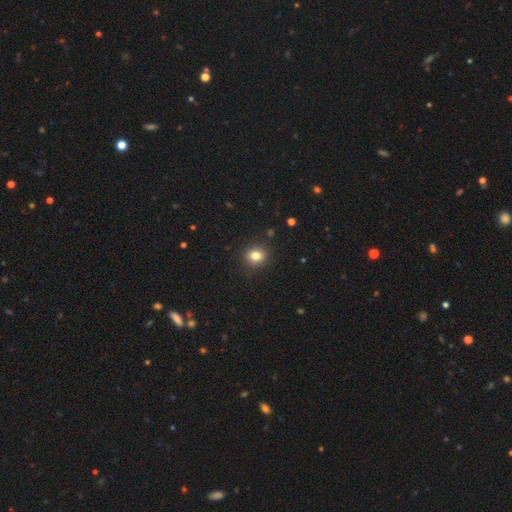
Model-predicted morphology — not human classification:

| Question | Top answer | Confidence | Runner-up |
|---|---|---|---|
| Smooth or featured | smooth | 82% | star or artifact (12%) |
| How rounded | round | 74% | in between (25%) |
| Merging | none | 90% | minor disturbance (7%) |